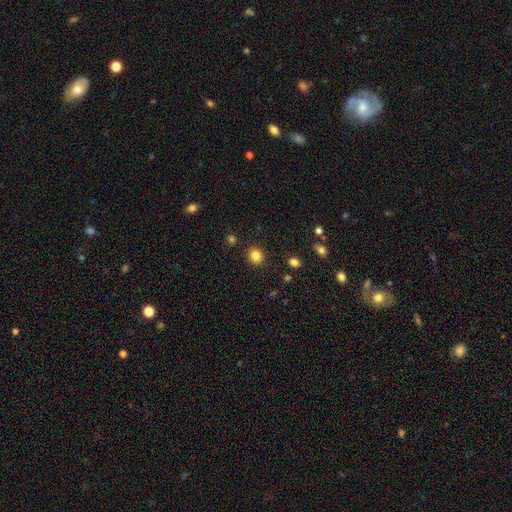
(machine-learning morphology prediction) A smooth galaxy with no disk features (84%) that is round (83%).

Vote fractions:
- Smooth or featured? smooth: 84% / star or artifact: 12% / featured or disk: 4%
- How rounded? round: 83% / in between: 16% / cigar-shaped: 1%
- Merging? none: 90% / minor disturbance: 6% / major disturbance: 2% / merger: 2%